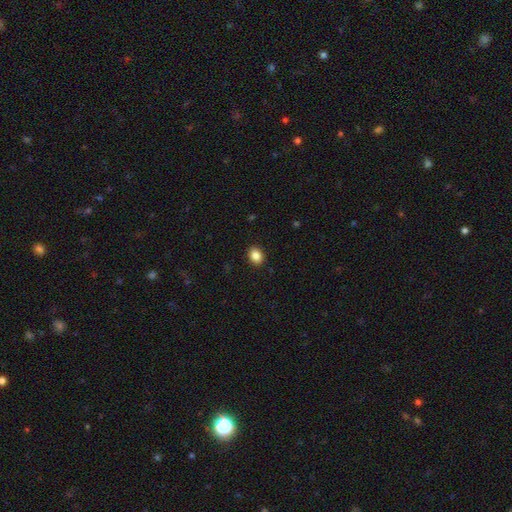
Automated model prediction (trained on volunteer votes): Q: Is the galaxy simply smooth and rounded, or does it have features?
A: smooth — 86%.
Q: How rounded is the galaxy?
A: in between — 59%.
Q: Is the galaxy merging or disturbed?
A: none — 91%.